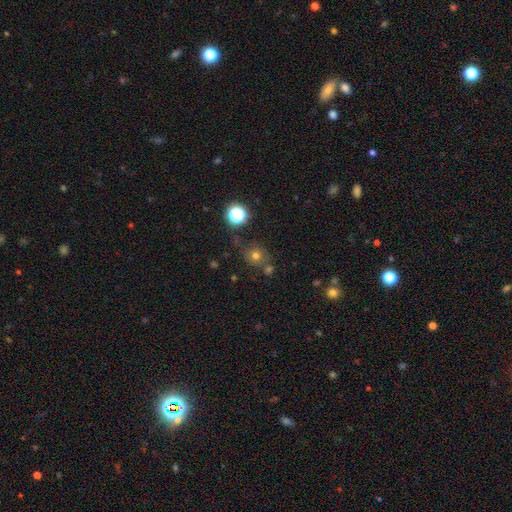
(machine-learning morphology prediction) smooth 67%, star or artifact 23%, featured or disk 11%. Down the decision tree: how rounded — round (83%); merging — none (67%).